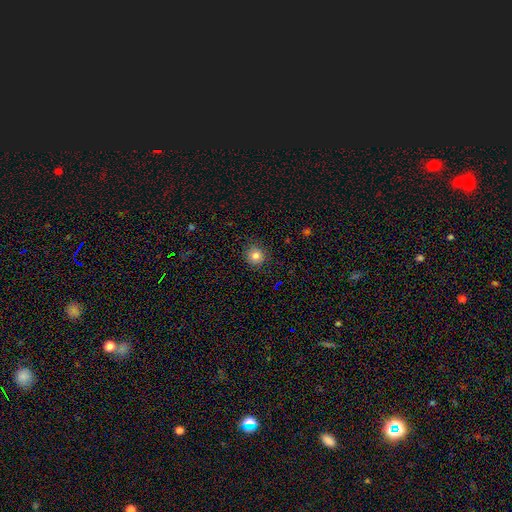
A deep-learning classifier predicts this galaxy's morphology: smooth_or_featured: smooth (p=0.81) [alt: star or artifact p=0.12]
how_rounded: round (p=0.92) [alt: in between p=0.07]
merging: none (p=0.88) [alt: minor disturbance p=0.08]